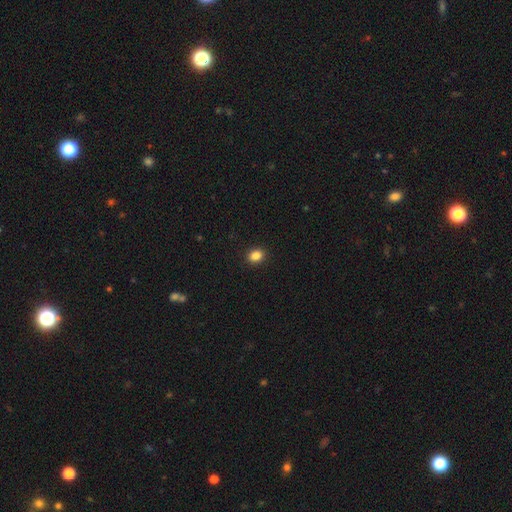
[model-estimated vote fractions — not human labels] This appears to be a smooth galaxy with no disk features (86%) that is round (54%). Merging: none (91%).